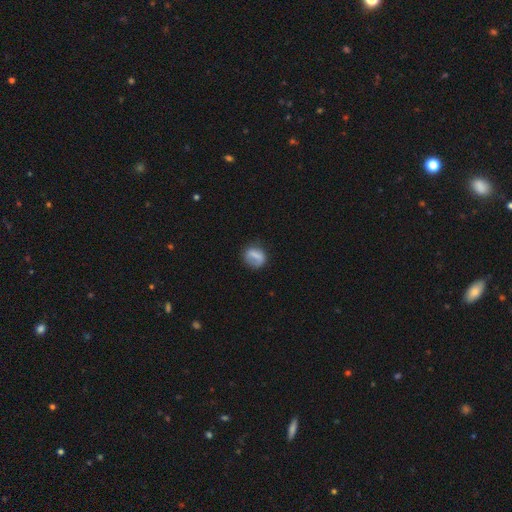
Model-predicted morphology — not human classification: smooth 70%, featured or disk 21%, star or artifact 9%. Down the decision tree: how rounded — round (58%); merging — none (67%).